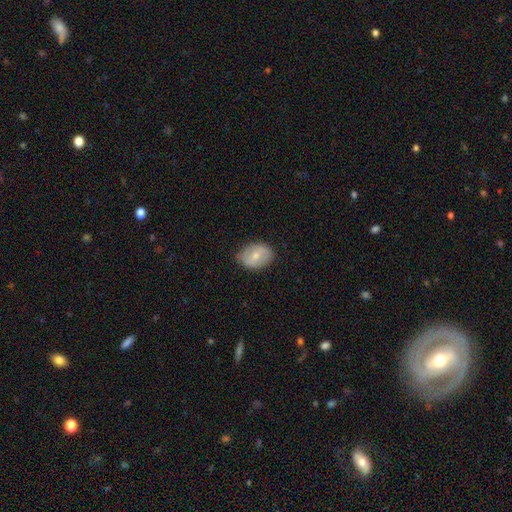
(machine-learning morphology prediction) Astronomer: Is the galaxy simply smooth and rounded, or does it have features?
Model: smooth — 58% (runner-up: featured or disk, 35%).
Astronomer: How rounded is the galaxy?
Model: in between — 73%.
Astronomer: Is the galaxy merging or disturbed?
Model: none — 77%.